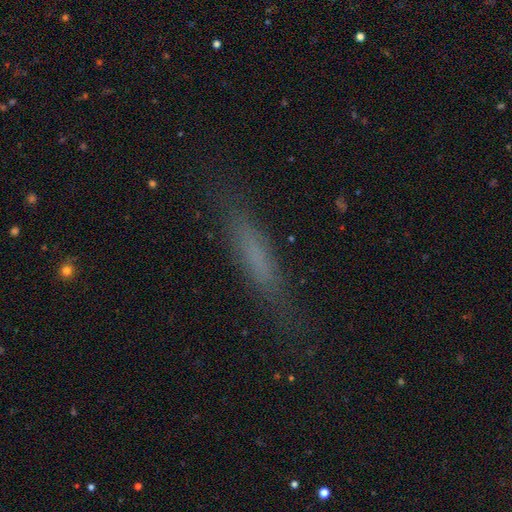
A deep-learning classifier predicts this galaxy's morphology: A smooth galaxy with no disk features (58%) that is cigar-shaped (88%). Merging: none (80%).